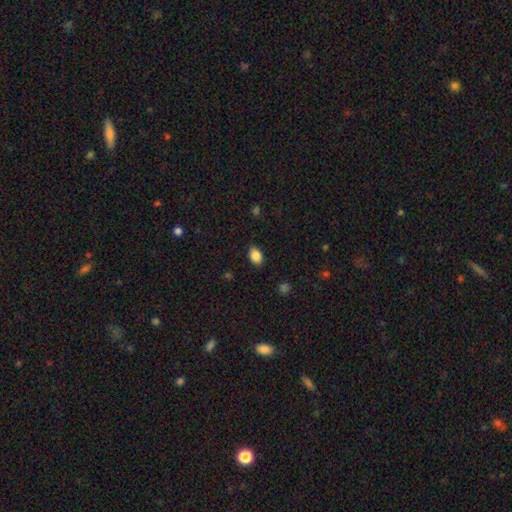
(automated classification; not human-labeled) A smooth galaxy with no disk features (87%) that is in between round and cigar-shaped (78%).

Vote fractions:
- Smooth or featured? smooth: 87% / star or artifact: 9% / featured or disk: 4%
- How rounded? in between: 78% / round: 21% / cigar-shaped: 1%
- Merging? none: 86% / minor disturbance: 11% / major disturbance: 2% / merger: 1%